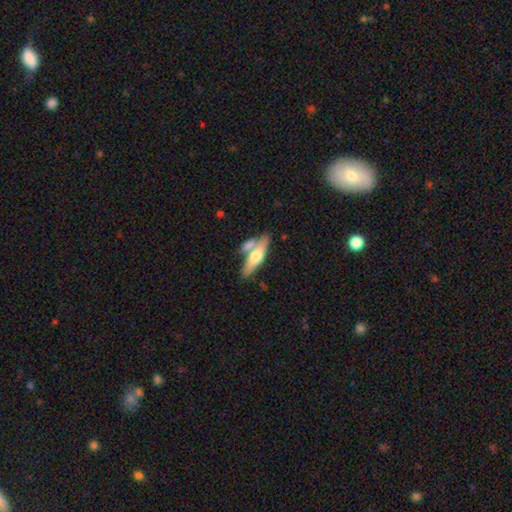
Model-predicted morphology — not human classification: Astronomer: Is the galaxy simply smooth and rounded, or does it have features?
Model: smooth — 49% (runner-up: featured or disk, 45%).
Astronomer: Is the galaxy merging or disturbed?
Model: none — 48% (runner-up: merger, 37%).